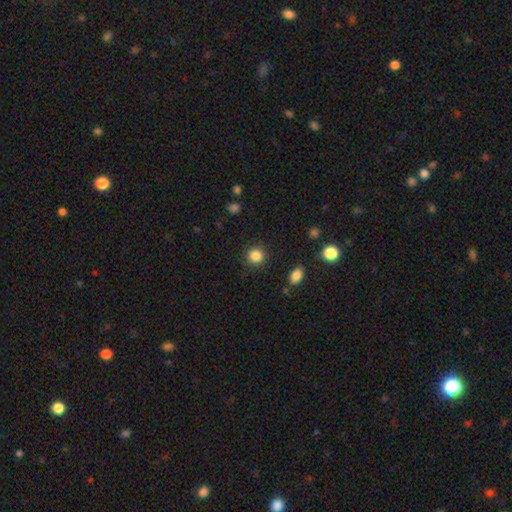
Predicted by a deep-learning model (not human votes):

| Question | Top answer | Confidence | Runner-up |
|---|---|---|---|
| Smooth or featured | smooth | 86% | star or artifact (10%) |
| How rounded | round | 89% | in between (10%) |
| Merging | none | 89% | minor disturbance (7%) |